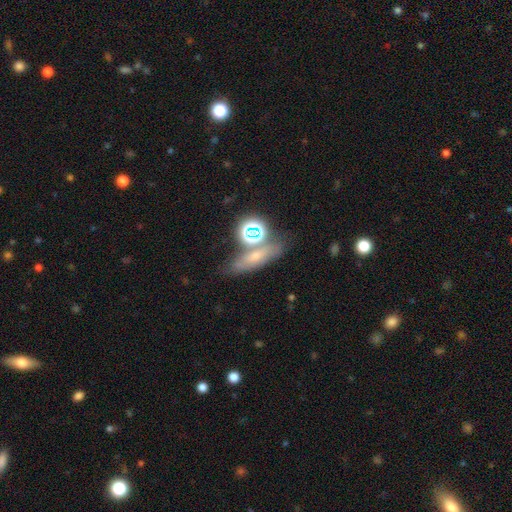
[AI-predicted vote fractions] Q: Smooth or featured?
A: smooth (44%); runner-up: star or artifact (29%)
Q: Merging?
A: none (61%); runner-up: minor disturbance (16%)